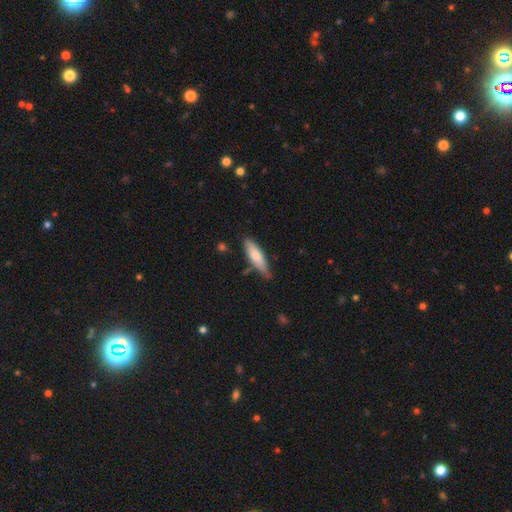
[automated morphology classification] type=smooth (71%); roundness=cigar-shaped (62%); merging=none (66%).